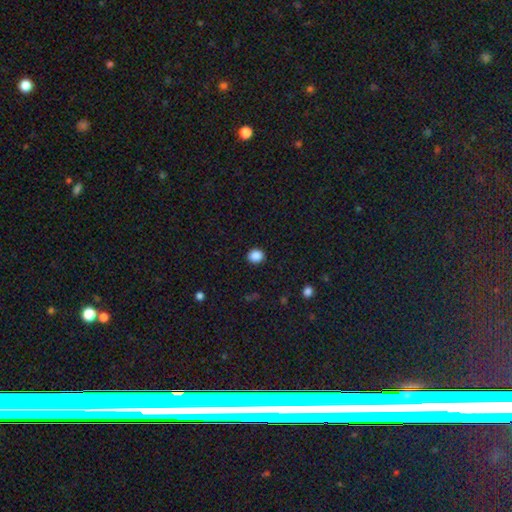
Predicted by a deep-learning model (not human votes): Morphology: type=smooth (87%); roundness=round (80%); merging=none (91%).